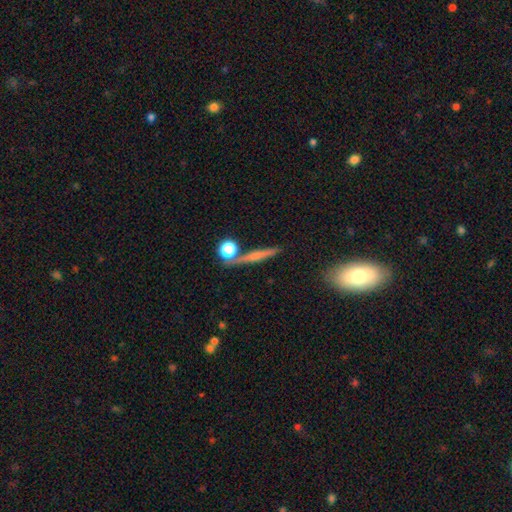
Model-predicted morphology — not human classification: Smooth or featured? featured or disk (46%)
Merging? none (77%)